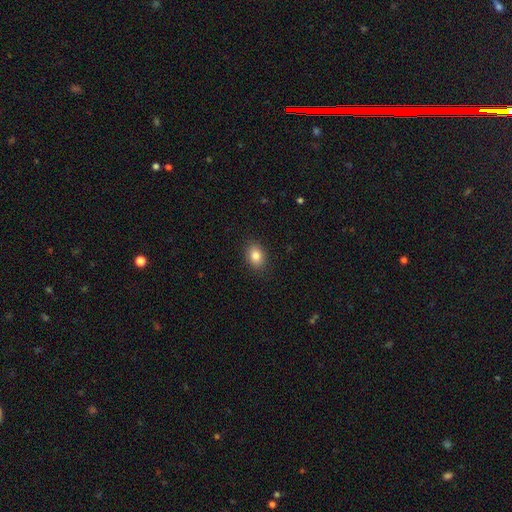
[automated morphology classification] Overall: smooth (84%). How rounded: in between (73%). Merging: none (88%).